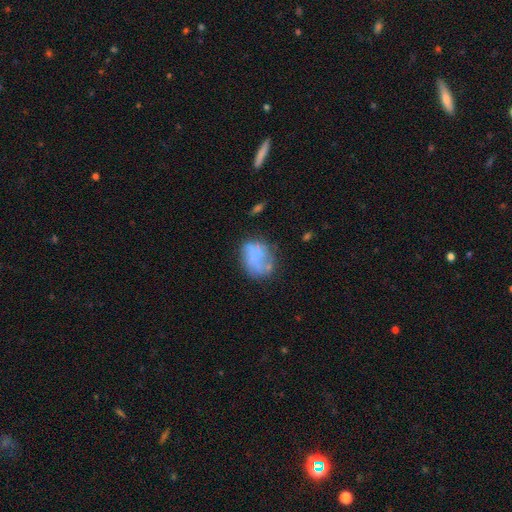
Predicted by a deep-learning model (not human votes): Smooth or featured?
  - smooth: 59% *
  - featured or disk: 32%
  - star or artifact: 10%
How rounded?
  - in between: 49% * (tied)
  - round: 49% * (tied)
  - cigar-shaped: 1%
Merging?
  - none: 48% *
  - minor disturbance: 26%
  - major disturbance: 17%
  - merger: 8%